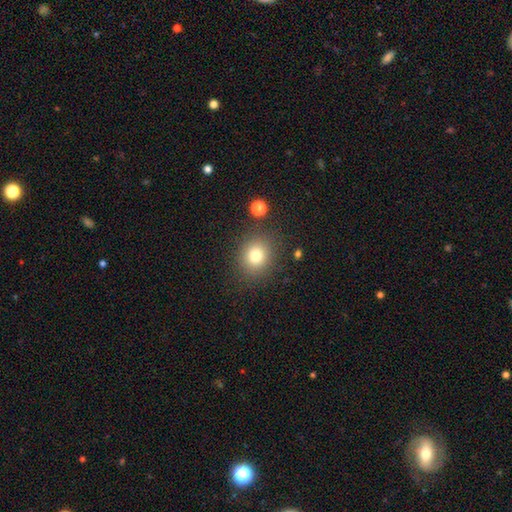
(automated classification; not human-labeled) Morphology: type=smooth (79%); roundness=round (77%); merging=none (84%).